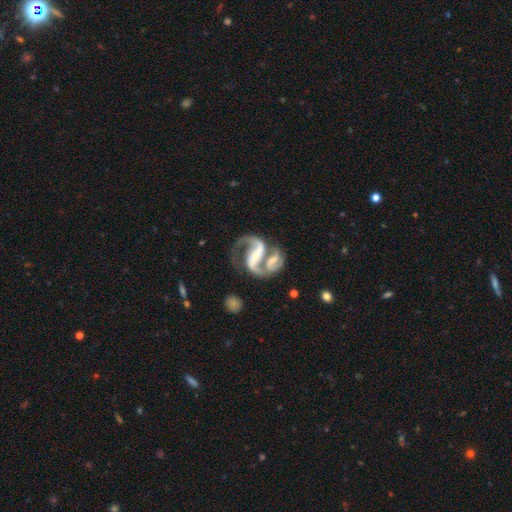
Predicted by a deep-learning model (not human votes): The model was most divided on "merging": merger: 43%, none: 33%, major disturbance: 13%, minor disturbance: 11%. More confident: edge-on disk — no (97%); spiral arms — yes (97%); smooth or featured — featured or disk (90%); spiral arm count — 2 (89%); bar — strong (61%); bulge size — small (55%); spiral winding — medium (55%).